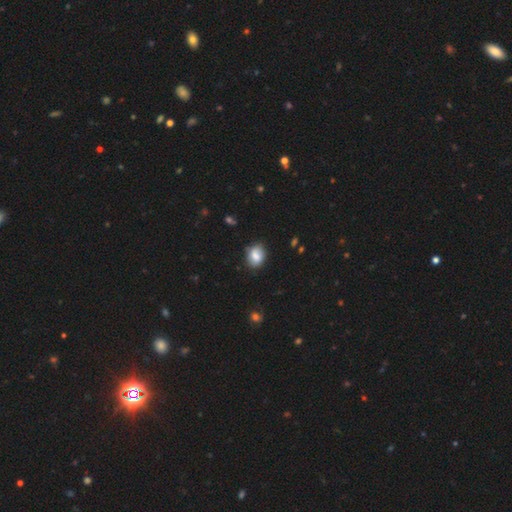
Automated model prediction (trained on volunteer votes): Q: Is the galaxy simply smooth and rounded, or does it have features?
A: smooth — 79%.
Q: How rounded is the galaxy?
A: in between — 64%.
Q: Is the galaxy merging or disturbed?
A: none — 77%.